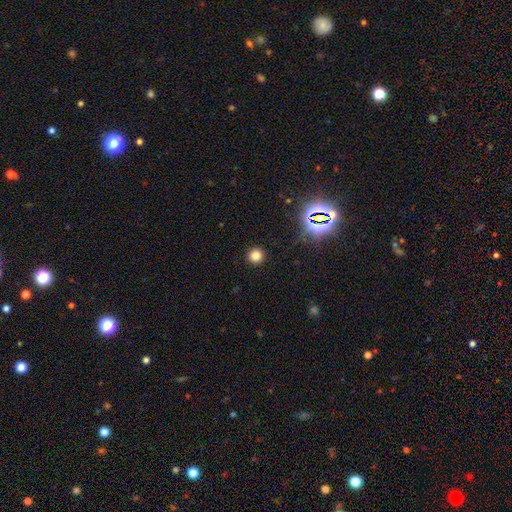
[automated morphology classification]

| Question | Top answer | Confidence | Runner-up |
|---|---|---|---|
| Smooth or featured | smooth | 78% | star or artifact (17%) |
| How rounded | round | 95% | in between (4%) |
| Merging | none | 92% | minor disturbance (5%) |